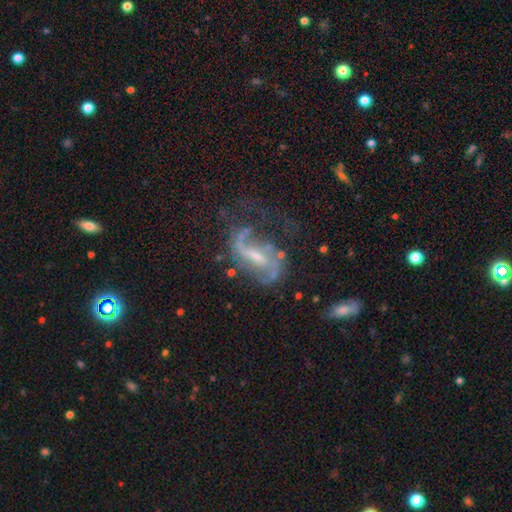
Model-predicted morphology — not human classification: type=featured or disk (82%); edge-on=no (95%); bar=weak (45%); spiral arms=yes (92%); winding=loose (48%); arm count=2 (78%); bulge=small (54%); merging=none (52%).